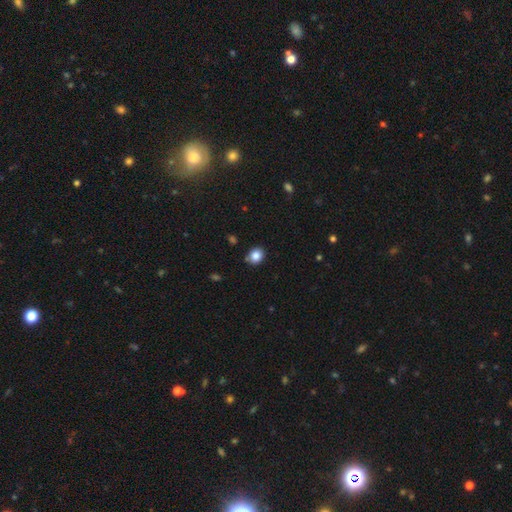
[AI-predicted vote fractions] Smooth or featured? smooth (85%)
How rounded? round (59%)
Merging? none (84%)